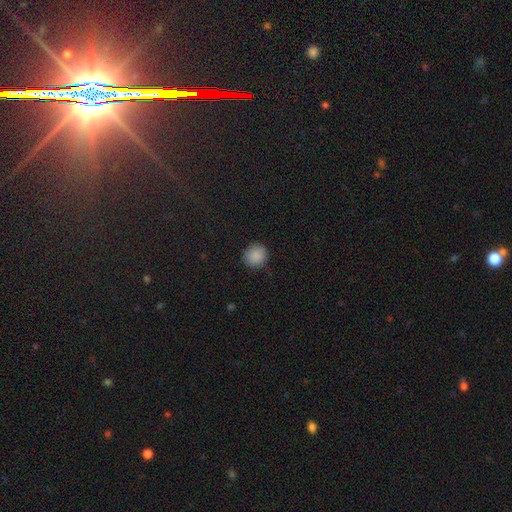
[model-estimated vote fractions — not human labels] Smooth or featured? smooth (88%)
How rounded? round (85%)
Merging? none (88%)